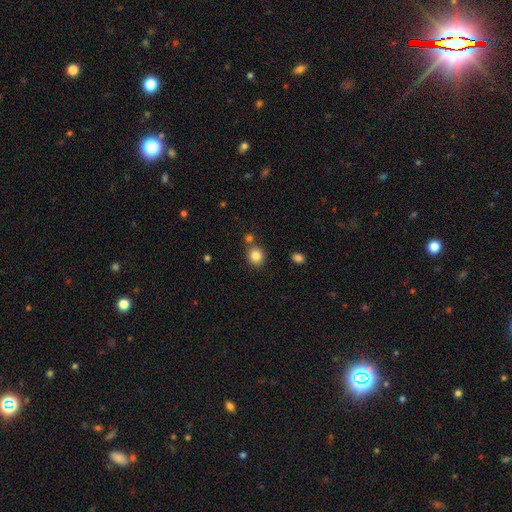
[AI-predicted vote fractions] This is clearly a smooth galaxy (84%). How rounded: clearly round (84%). Merging: likely none (76%).